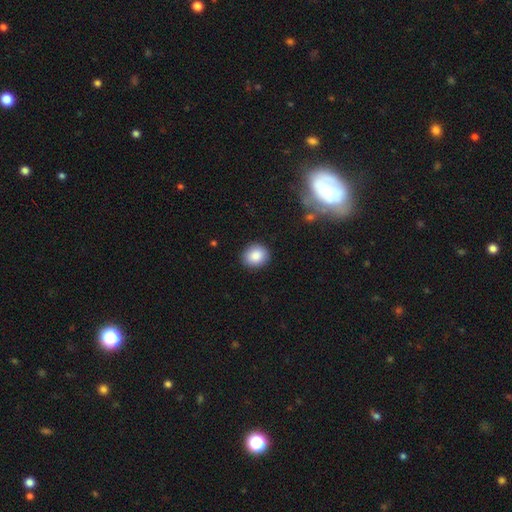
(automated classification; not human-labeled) Smooth or featured? smooth (87%)
How rounded? round (80%)
Merging? none (90%)